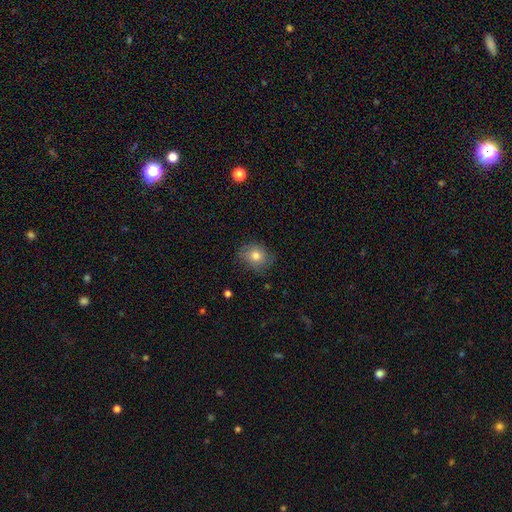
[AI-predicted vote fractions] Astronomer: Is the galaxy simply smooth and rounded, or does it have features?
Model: smooth — 74%.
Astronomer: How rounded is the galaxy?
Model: round — 59% (runner-up: in between, 40%).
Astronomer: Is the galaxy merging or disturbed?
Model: none — 74%.